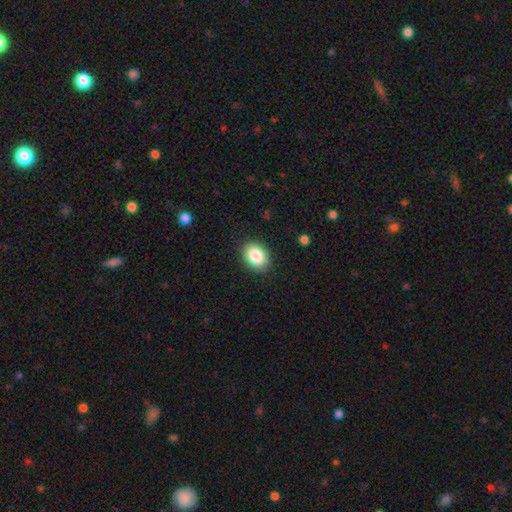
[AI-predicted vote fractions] A smooth galaxy with no disk features (87%) that is in between round and cigar-shaped (70%). Merging: none (89%).